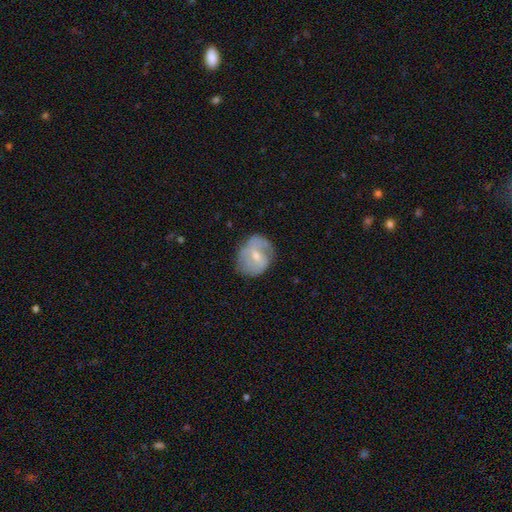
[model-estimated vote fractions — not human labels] Morphology: type=featured or disk (55%); edge-on=no (96%); bar=weak (51%); spiral arms=yes (67%); bulge=small (48%); merging=none (63%).